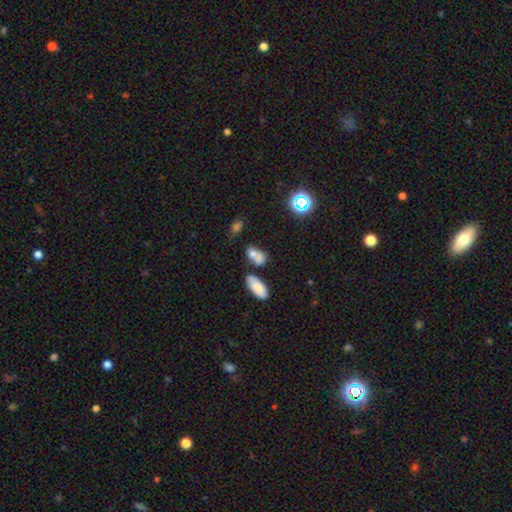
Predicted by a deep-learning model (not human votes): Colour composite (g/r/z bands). It shows a smooth galaxy with no disk features (70%) that is in between round and cigar-shaped (71%). Merging: merger (44%).